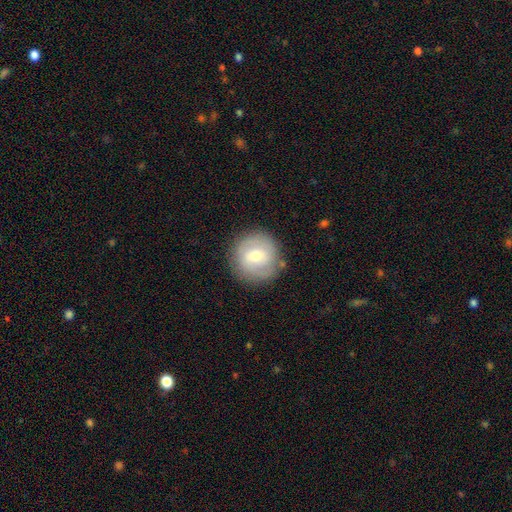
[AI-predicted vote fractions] A smooth galaxy with no disk features (47%). Merging: none (83%).